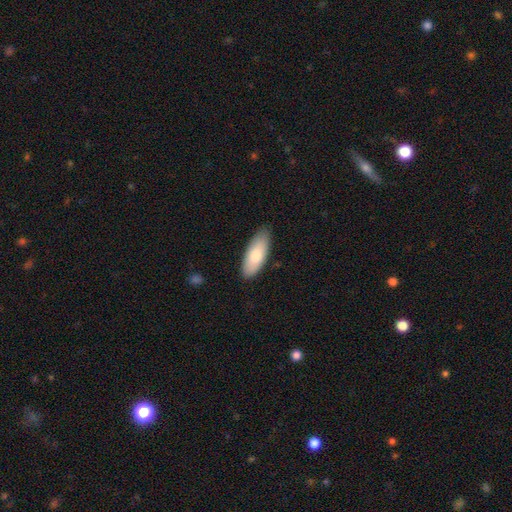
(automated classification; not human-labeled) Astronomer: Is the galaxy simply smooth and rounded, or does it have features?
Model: smooth — 80%.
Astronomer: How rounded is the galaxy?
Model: in between — 78%.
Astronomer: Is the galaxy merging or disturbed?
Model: none — 82%.